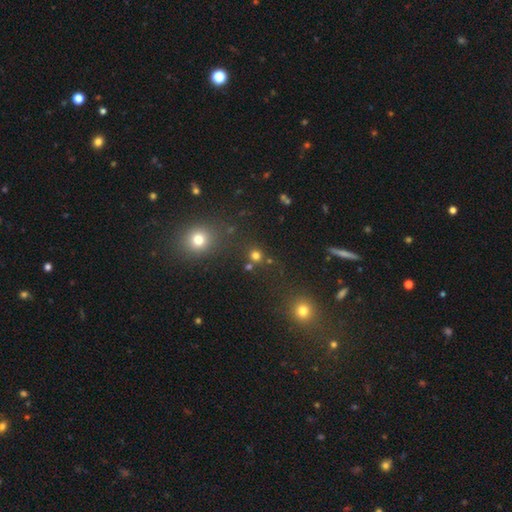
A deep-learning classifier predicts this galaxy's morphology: This is likely a smooth galaxy (71%). How rounded: clearly round (90%). Merging: likely none (77%).